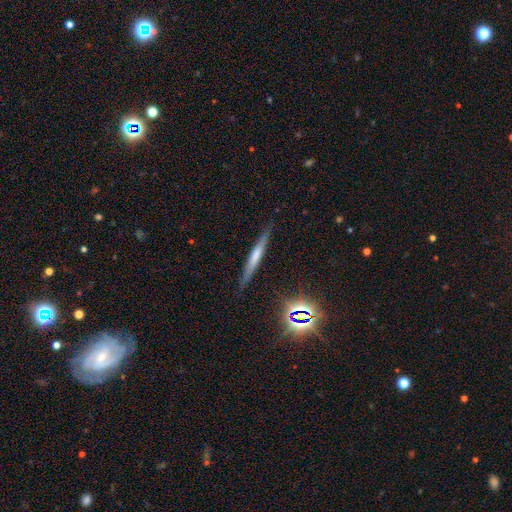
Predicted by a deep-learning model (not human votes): Morphology: type=smooth (51%); roundness=cigar-shaped (95%); merging=none (87%).